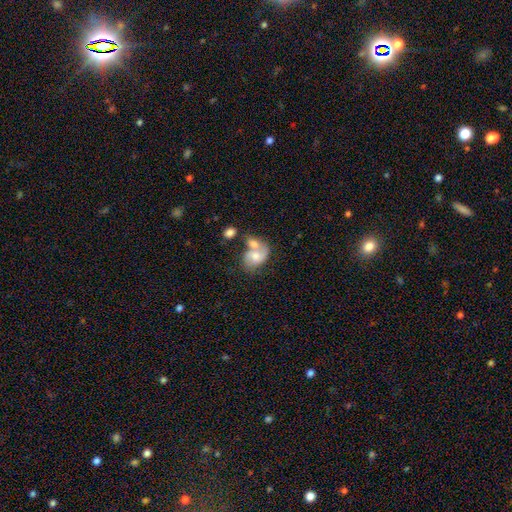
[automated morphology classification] smooth 49%, featured or disk 43%, star or artifact 8%. Down the decision tree: merging — merger (57%).